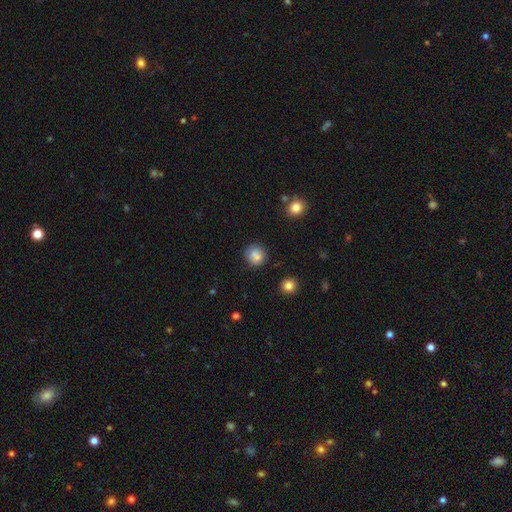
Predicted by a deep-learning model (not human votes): Morphology: type=smooth (81%); roundness=round (90%); merging=none (78%).